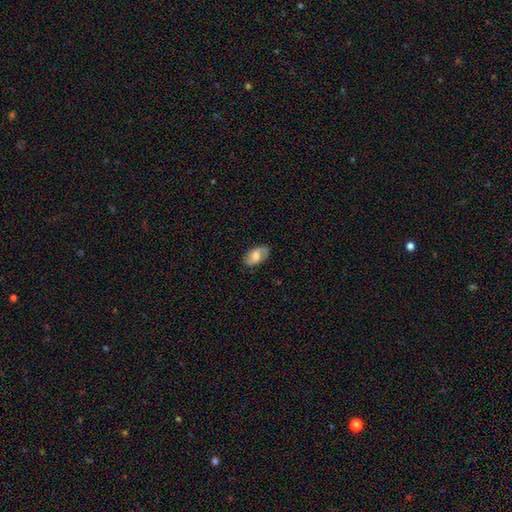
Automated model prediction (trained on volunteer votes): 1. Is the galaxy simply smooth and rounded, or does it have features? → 56% smooth, 37% featured or disk, 8% star or artifact.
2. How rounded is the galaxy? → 92% in between, 6% round, 2% cigar-shaped.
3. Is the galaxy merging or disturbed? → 77% none, 17% minor disturbance, 4% major disturbance, 1% merger.